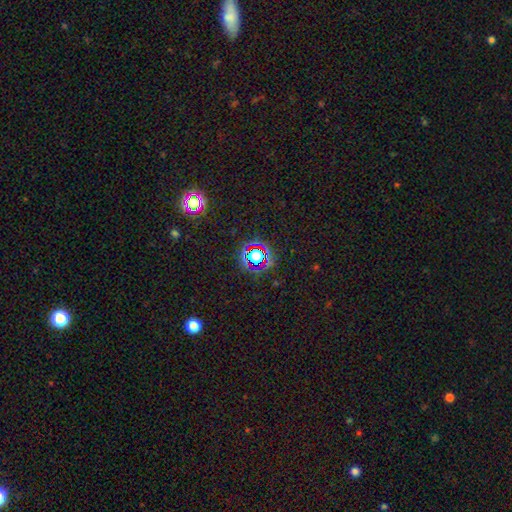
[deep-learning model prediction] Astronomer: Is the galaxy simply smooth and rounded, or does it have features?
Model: star or artifact — 67%.